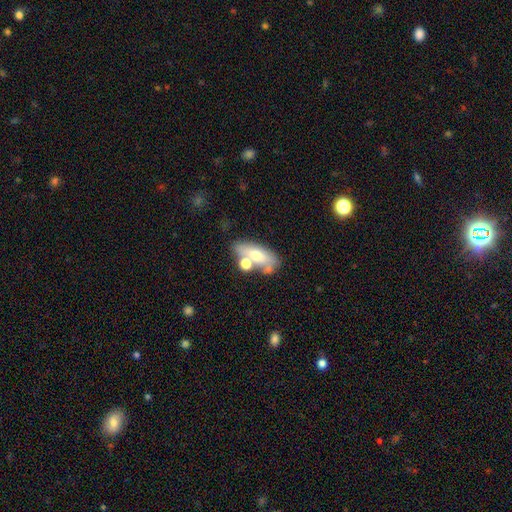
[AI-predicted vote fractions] Smooth or featured? smooth (58%)
How rounded? in between (76%)
Merging? none (55%)